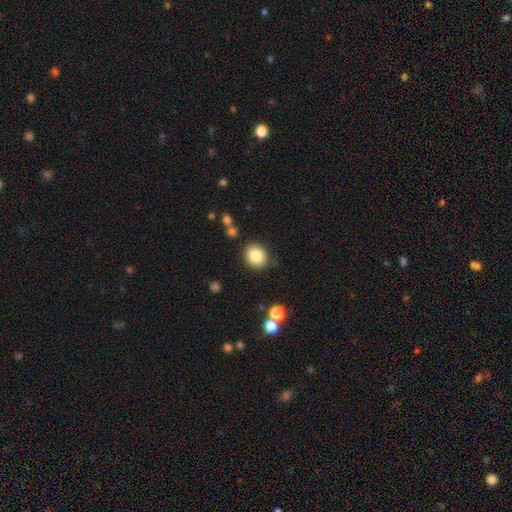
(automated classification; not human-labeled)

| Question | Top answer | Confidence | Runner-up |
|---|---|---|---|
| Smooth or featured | smooth | 84% | star or artifact (9%) |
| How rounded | round | 67% | in between (32%) |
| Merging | none | 84% | minor disturbance (10%) |